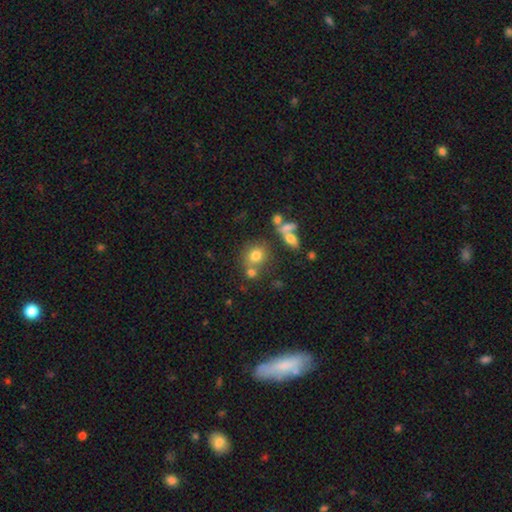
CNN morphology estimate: This appears to be a smooth galaxy with no disk features (74%) that is round (76%). Merging: none (58%).